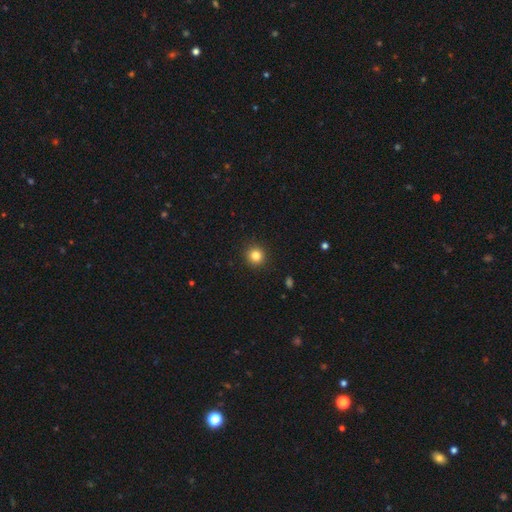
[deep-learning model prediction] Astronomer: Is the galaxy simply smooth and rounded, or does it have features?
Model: smooth — 83%.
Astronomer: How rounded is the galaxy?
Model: round — 94%.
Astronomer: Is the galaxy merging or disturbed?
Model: none — 92%.